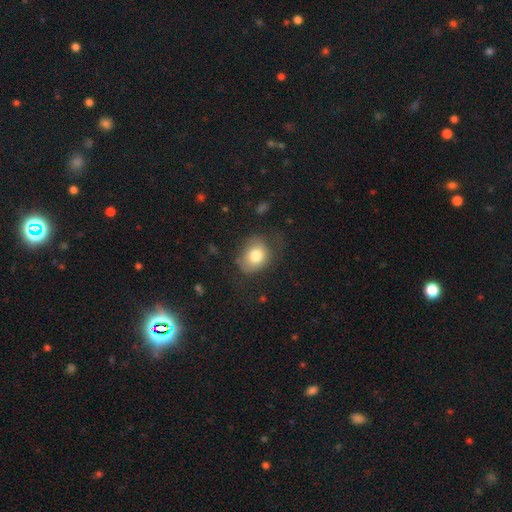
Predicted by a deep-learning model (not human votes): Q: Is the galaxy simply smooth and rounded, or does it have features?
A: smooth — 78%.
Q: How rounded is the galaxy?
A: in between — 53%.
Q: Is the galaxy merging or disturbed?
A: none — 58%.